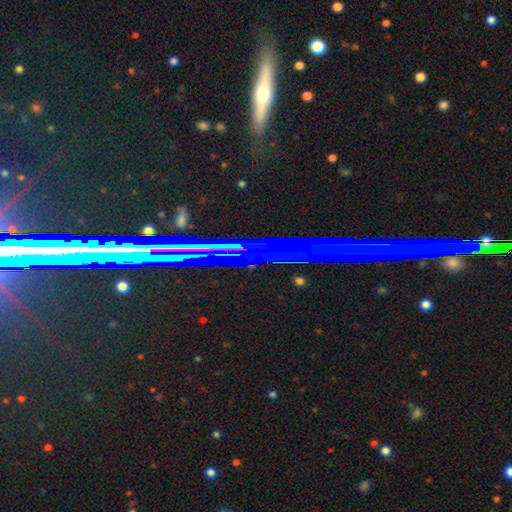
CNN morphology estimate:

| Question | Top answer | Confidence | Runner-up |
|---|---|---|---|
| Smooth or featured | star or artifact | 78% | featured or disk (13%) |